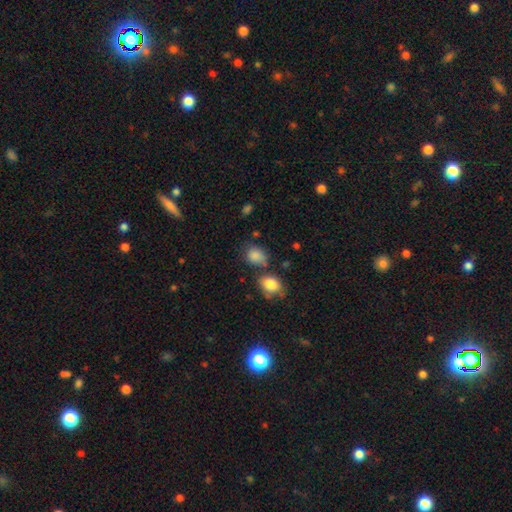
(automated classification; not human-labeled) Overall: smooth (84%). How rounded: round (51%; in between 48%). Merging: none (56%; minor disturbance 21%).